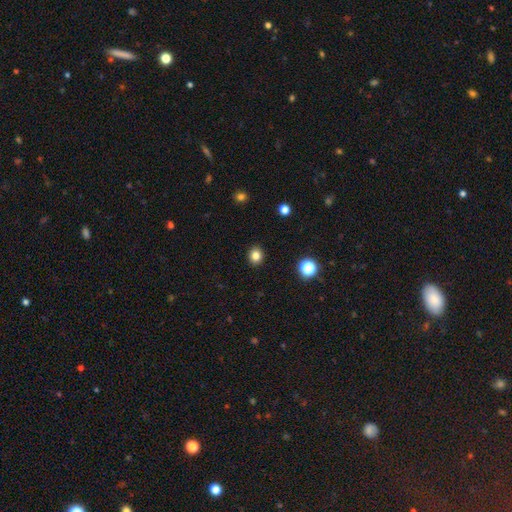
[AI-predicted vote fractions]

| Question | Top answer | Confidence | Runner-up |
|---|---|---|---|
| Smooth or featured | smooth | 82% | star or artifact (13%) |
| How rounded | round | 76% | in between (23%) |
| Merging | none | 91% | minor disturbance (6%) |